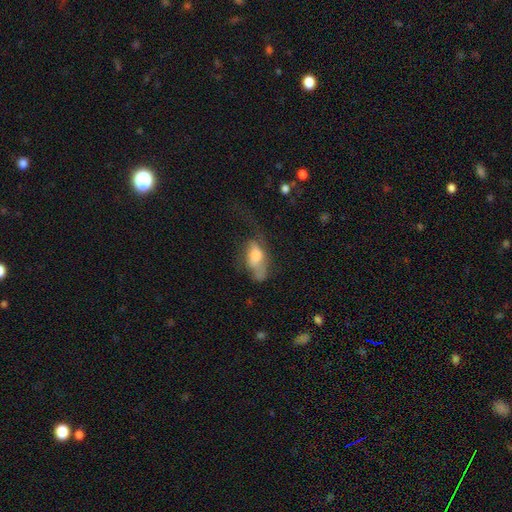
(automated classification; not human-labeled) A smooth galaxy with no disk features (57%) that is in between round and cigar-shaped (85%). Merging: major disturbance (45%).